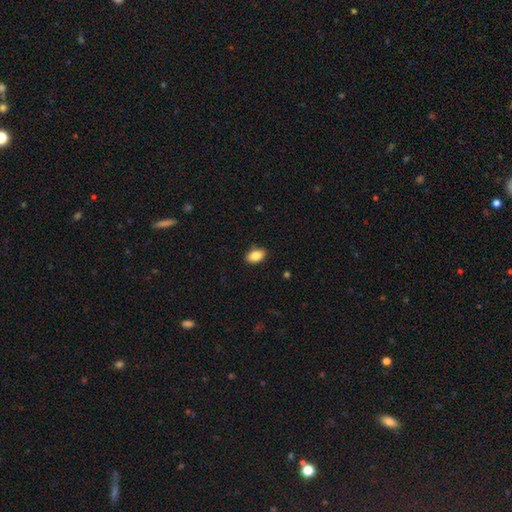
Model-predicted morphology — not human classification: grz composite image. It shows a smooth galaxy with no disk features (85%) that is in between round and cigar-shaped (89%). Merging: none (87%).